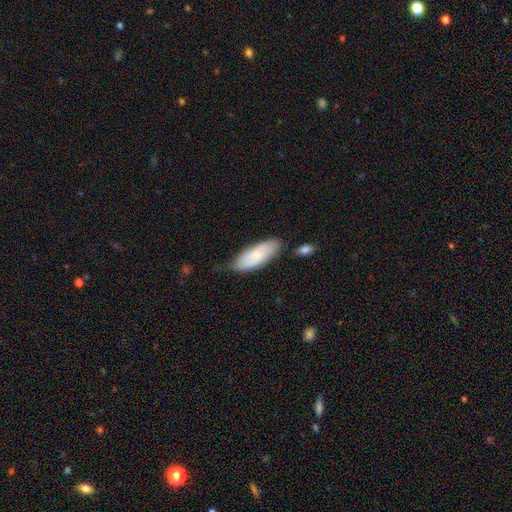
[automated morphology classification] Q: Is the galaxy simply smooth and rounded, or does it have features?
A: smooth — 75%.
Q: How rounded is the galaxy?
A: in between — 73%.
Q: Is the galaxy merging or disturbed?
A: none — 70%.